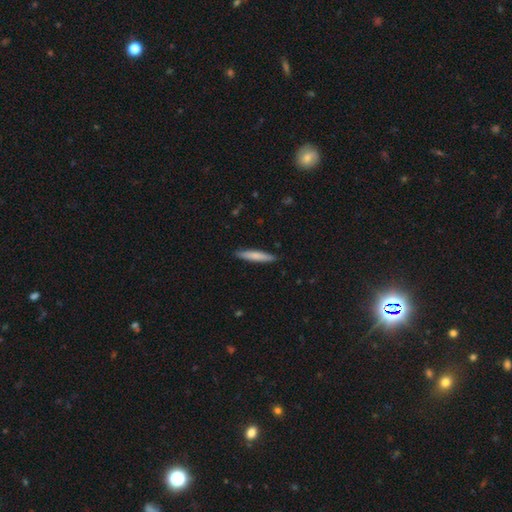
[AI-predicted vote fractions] Smooth or featured? Predicted: smooth (p=0.75). How rounded? Predicted: cigar-shaped (p=0.92). Merging? Predicted: none (p=0.90).